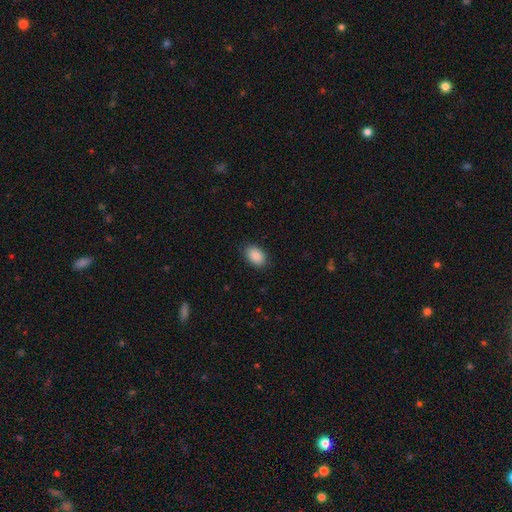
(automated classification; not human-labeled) This appears to be a smooth galaxy with no disk features (90%) that is in between round and cigar-shaped (88%). Merging: none (87%).